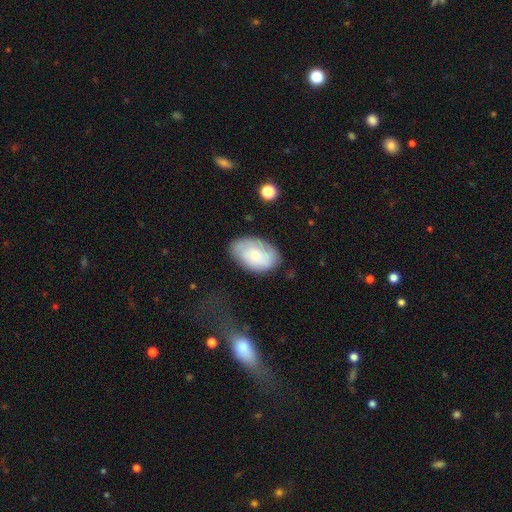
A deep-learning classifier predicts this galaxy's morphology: Smooth or featured? smooth (61%)
How rounded? in between (90%)
Merging? none (71%)